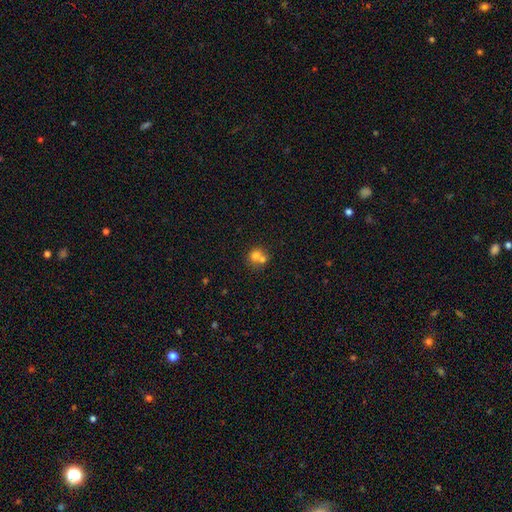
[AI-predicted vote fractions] smooth_or_featured: smooth (p=0.70) [alt: featured or disk p=0.19]
how_rounded: round (p=0.75) [alt: in between p=0.24]
merging: merger (p=0.58) [alt: none p=0.32]